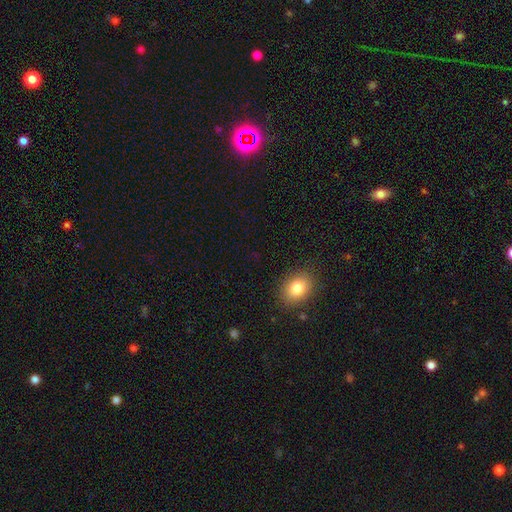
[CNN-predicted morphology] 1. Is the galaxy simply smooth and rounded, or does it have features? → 66% smooth, 27% star or artifact, 7% featured or disk.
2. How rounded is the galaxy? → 55% round, 42% in between, 2% cigar-shaped.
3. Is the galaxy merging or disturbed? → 85% none, 8% minor disturbance, 4% major disturbance, 3% merger.